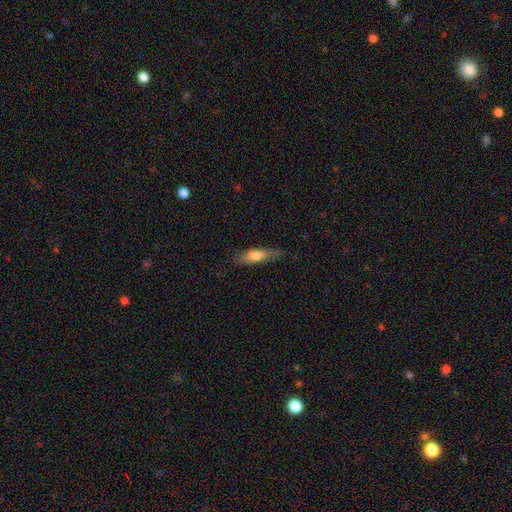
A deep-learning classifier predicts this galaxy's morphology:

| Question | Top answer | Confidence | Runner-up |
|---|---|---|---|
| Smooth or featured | smooth | 60% | featured or disk (33%) |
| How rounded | cigar-shaped | 68% | in between (29%) |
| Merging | none | 81% | minor disturbance (15%) |